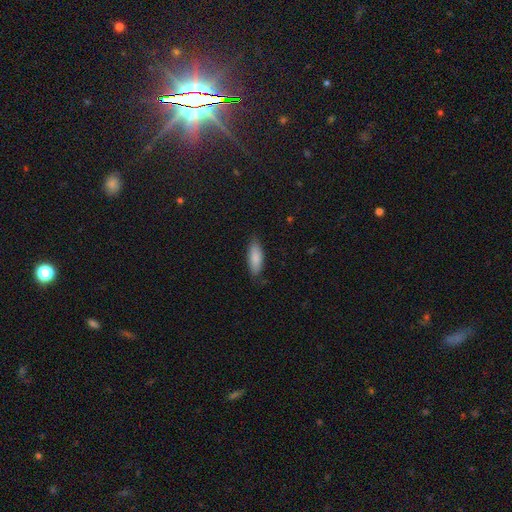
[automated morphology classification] This is clearly a smooth galaxy (86%). How rounded: likely in between (69%). Merging: clearly none (81%).